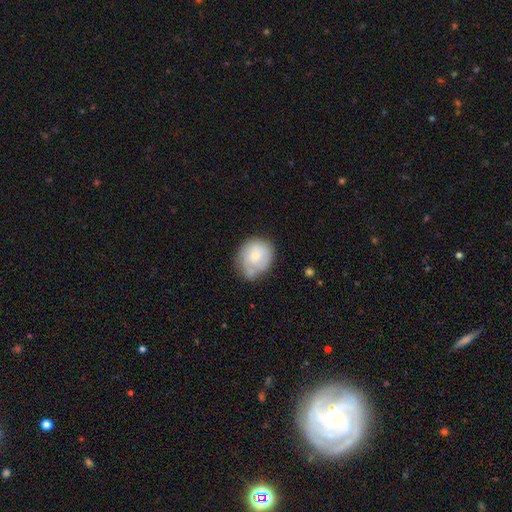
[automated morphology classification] Q: Smooth or featured?
A: smooth (59%); runner-up: featured or disk (35%)
Q: How rounded?
A: round (67%); runner-up: in between (32%)
Q: Merging?
A: none (53%); runner-up: minor disturbance (28%)